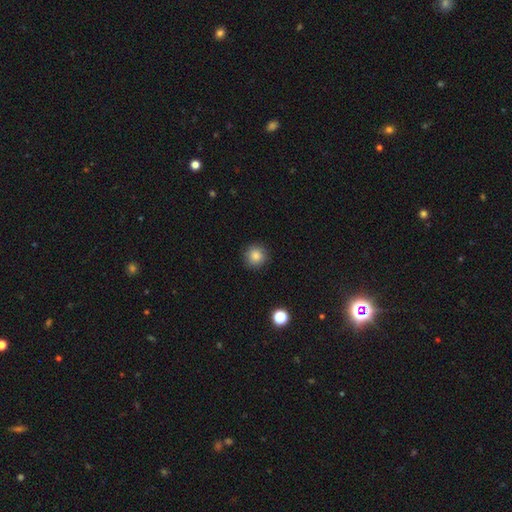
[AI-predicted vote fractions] Smooth or featured? smooth (85%)
How rounded? round (94%)
Merging? none (90%)